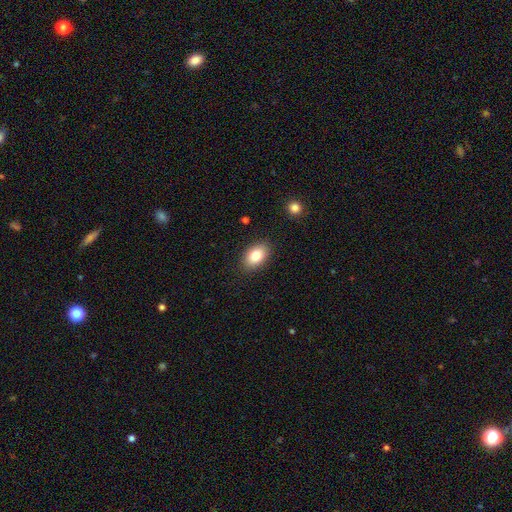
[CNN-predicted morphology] A smooth galaxy with no disk features (83%) that is in between round and cigar-shaped (87%). Merging: none (87%).